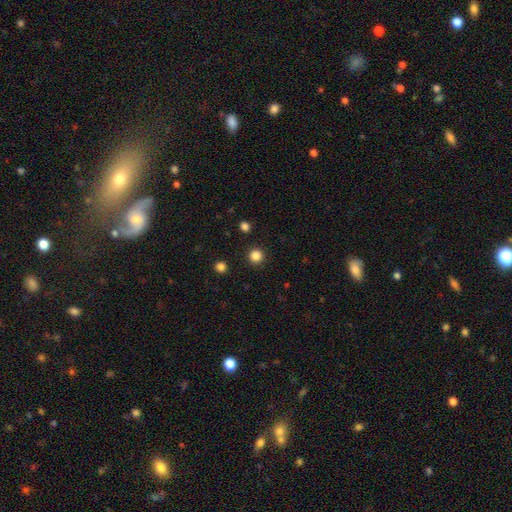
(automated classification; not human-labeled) This appears to be a smooth galaxy with no disk features (84%) that is round (95%). Merging: none (92%).